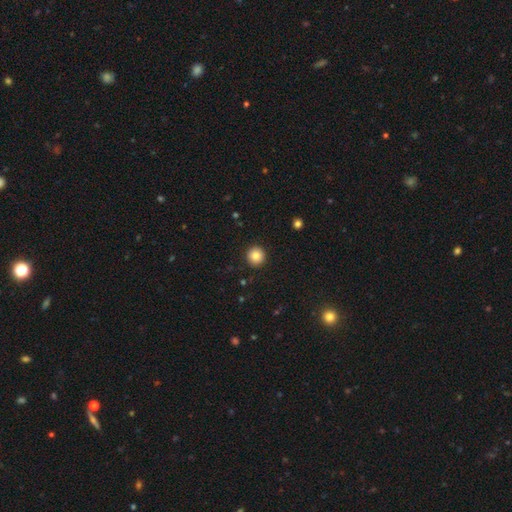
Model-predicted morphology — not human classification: A smooth galaxy with no disk features (85%) that is round (94%). Merging: none (93%).